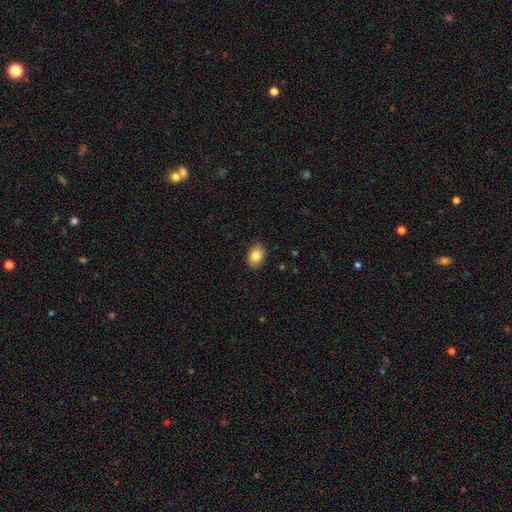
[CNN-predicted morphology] Smooth or featured?
  - smooth: 84% *
  - star or artifact: 8%
  - featured or disk: 8%
How rounded?
  - in between: 79% *
  - round: 20%
  - cigar-shaped: 1%
Merging?
  - none: 89% *
  - minor disturbance: 9%
  - major disturbance: 2%
  - merger: 1%